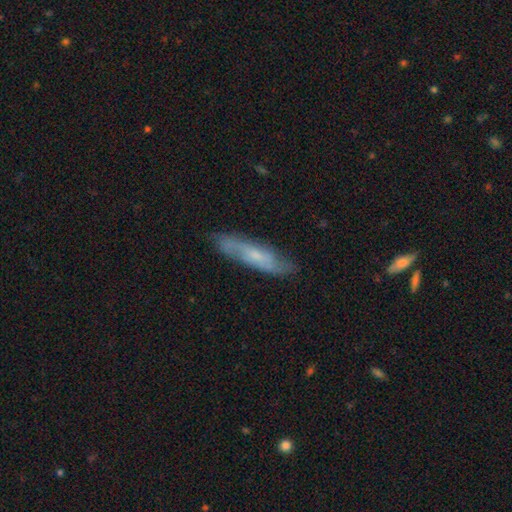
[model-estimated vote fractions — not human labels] smooth_or_featured: featured or disk (p=0.57) [alt: smooth p=0.36]
disk_edge_on: no (p=0.60) [alt: yes p=0.40]
merging: none (p=0.79) [alt: minor disturbance p=0.16]